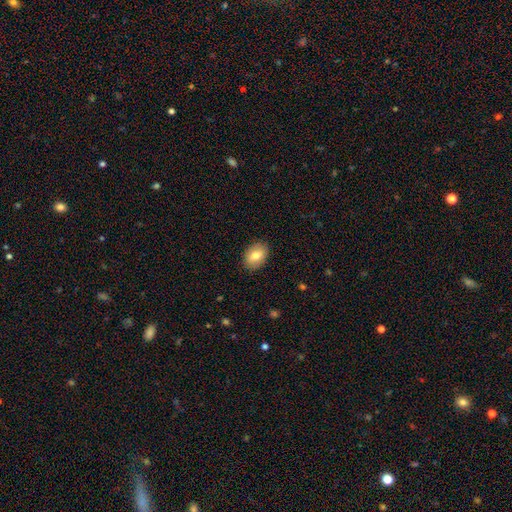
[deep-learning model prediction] Smooth or featured? smooth (79%)
How rounded? in between (81%)
Merging? none (89%)